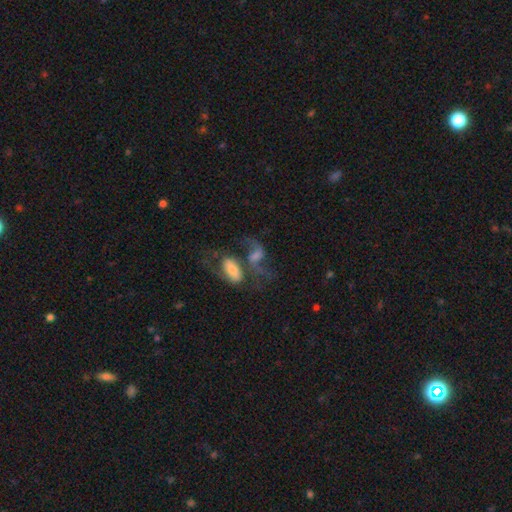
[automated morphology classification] Smooth or featured?
  - featured or disk: 55% *
  - smooth: 33%
  - star or artifact: 12%
Edge-on disk?
  - no: 94% *
  - yes: 6%
Bar?
  - no: 51% *
  - weak: 35%
  - strong: 14%
Spiral arms?
  - yes: 79% *
  - no: 21%
Bulge size?
  - moderate: 36% *
  - small: 31%
  - none: 15%
  - large: 14%
  - dominant: 3%
Merging?
  - merger: 57% *
  - none: 19%
  - major disturbance: 15%
  - minor disturbance: 9%